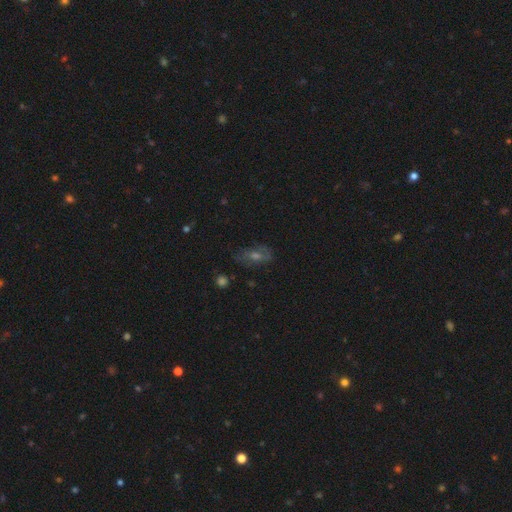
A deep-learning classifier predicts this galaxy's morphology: This appears to be a featured or disk galaxy (41%). Merging: none (69%).